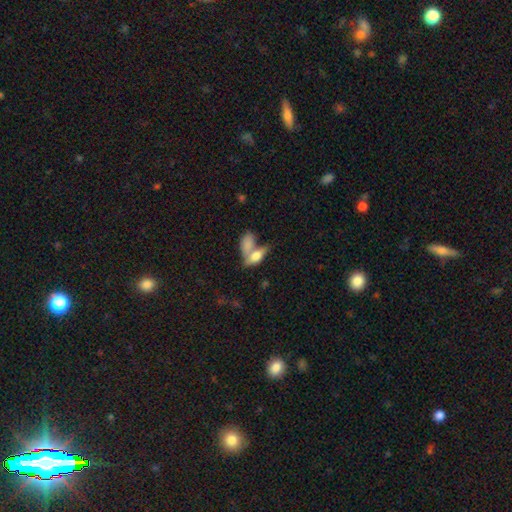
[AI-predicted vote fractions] Smooth or featured: smooth — 65% (featured or disk — 27%)
How rounded: in between — 73% (cigar-shaped — 21%)
Merging: merger — 54% (none — 31%)